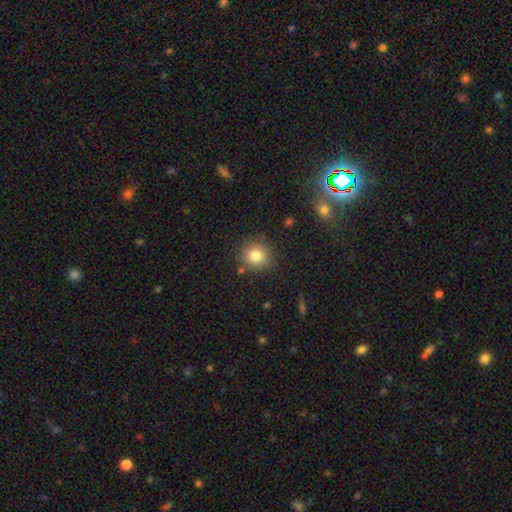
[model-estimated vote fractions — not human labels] smooth-or-featured: smooth: 81% | star or artifact: 12% | featured or disk: 7%
  how-rounded: round: 91% | in between: 8% | cigar-shaped: 1%
  merging: none: 86% | minor disturbance: 8% | merger: 3% | major disturbance: 3%